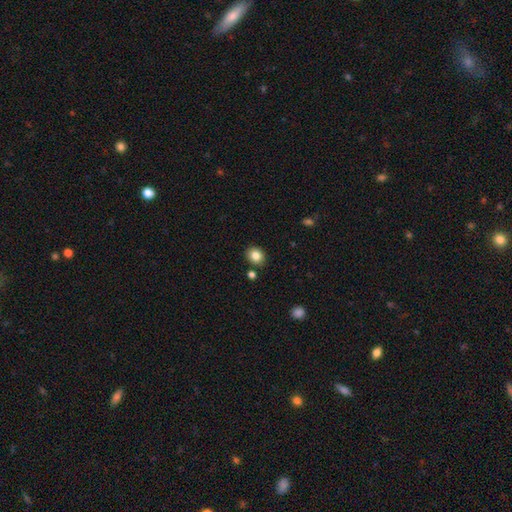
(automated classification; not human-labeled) Smooth or featured? smooth (84%)
How rounded? round (66%)
Merging? none (86%)